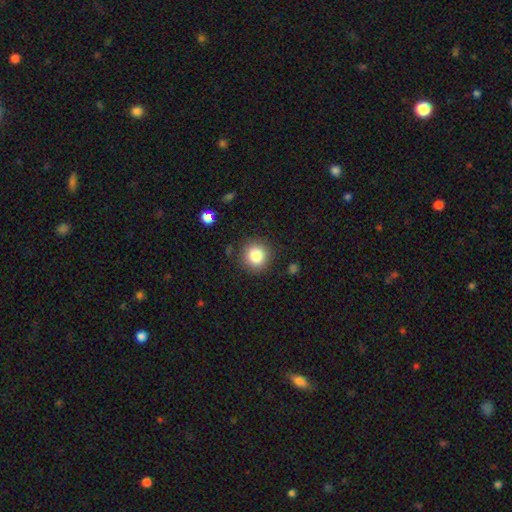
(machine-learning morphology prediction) Smooth or featured?
  - smooth: 84% *
  - star or artifact: 11%
  - featured or disk: 6%
How rounded?
  - round: 91% *
  - in between: 8%
  - cigar-shaped: 1%
Merging?
  - none: 87% *
  - minor disturbance: 8%
  - major disturbance: 3%
  - merger: 2%